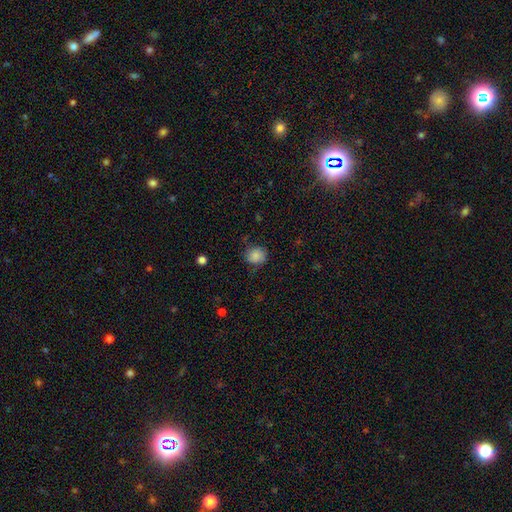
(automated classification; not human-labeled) Smooth or featured? smooth (82%)
How rounded? round (81%)
Merging? none (69%)